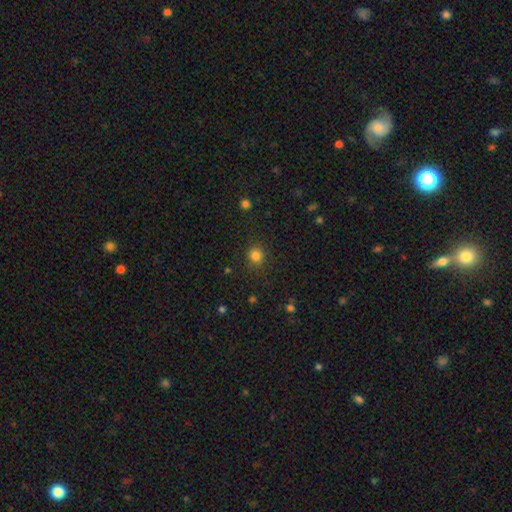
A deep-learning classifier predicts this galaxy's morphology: type=smooth (82%); roundness=round (90%); merging=none (88%).